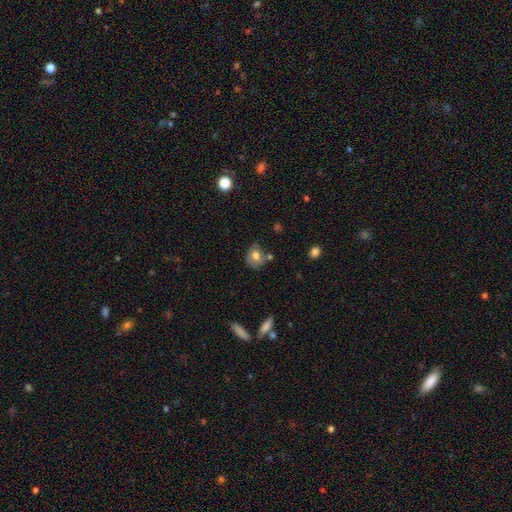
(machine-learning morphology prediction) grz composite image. It shows a smooth galaxy with no disk features (70%) that is round (62%). Merging: none (57%).